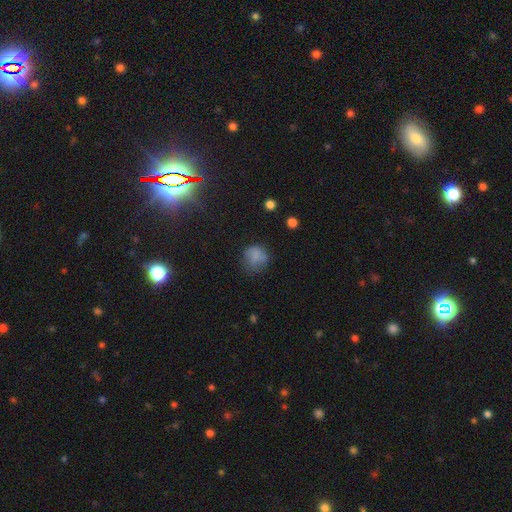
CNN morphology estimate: smooth_or_featured: smooth (p=0.72) [alt: featured or disk p=0.14]
how_rounded: round (p=0.75) [alt: in between p=0.24]
merging: none (p=0.55) [alt: minor disturbance p=0.27]